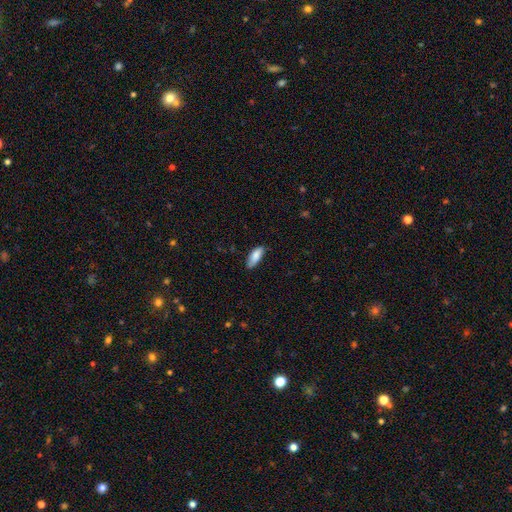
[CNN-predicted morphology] smooth 85%, featured or disk 9%, star or artifact 6%. Down the decision tree: how rounded — in between (72%); merging — none (75%).